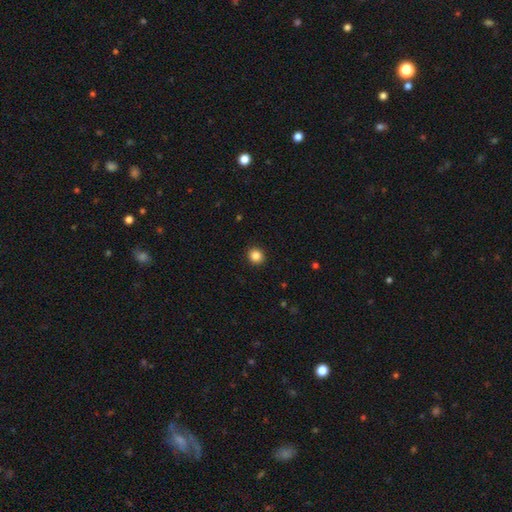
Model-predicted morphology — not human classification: type=smooth (86%); roundness=round (89%); merging=none (92%).